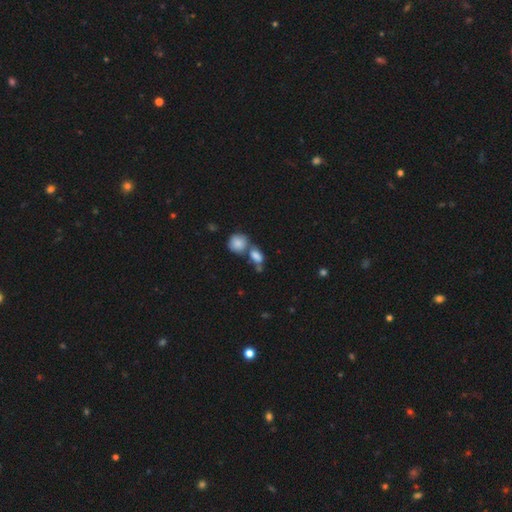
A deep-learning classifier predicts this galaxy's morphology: Q: Smooth or featured?
A: smooth (80%); runner-up: featured or disk (10%)
Q: How rounded?
A: in between (73%); runner-up: round (23%)
Q: Merging?
A: merger (49%); runner-up: none (35%)